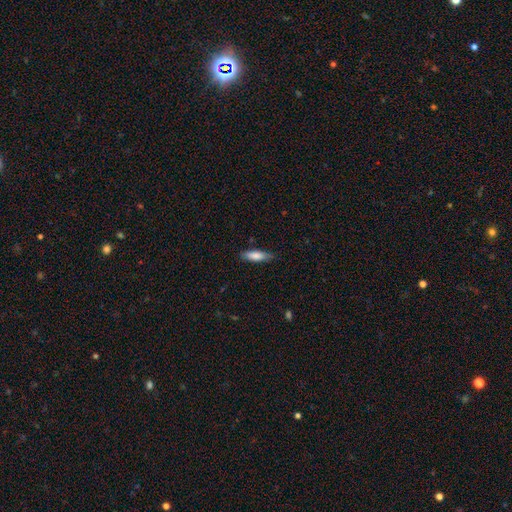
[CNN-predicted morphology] Smooth or featured? smooth (81%)
How rounded? cigar-shaped (54%)
Merging? none (81%)